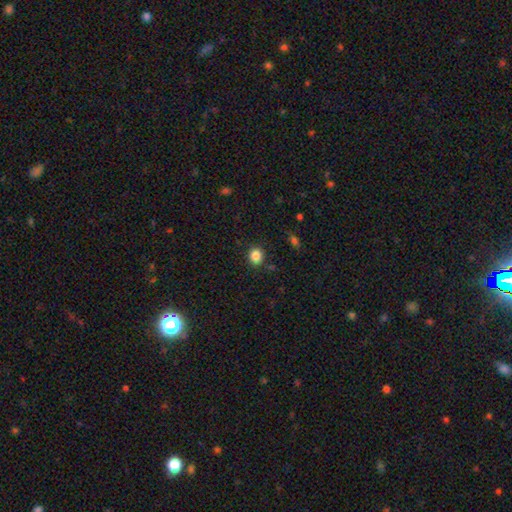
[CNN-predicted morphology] A smooth galaxy with no disk features (85%) that is round (67%).

Vote fractions:
- Smooth or featured? smooth: 85% / star or artifact: 11% / featured or disk: 4%
- How rounded? round: 67% / in between: 32% / cigar-shaped: 1%
- Merging? none: 86% / minor disturbance: 9% / major disturbance: 3% / merger: 2%